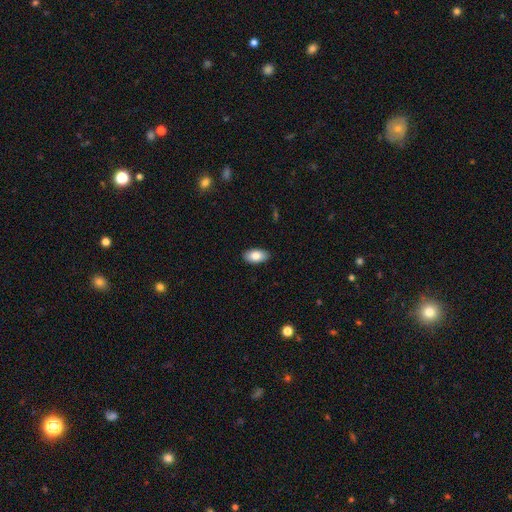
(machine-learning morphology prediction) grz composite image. It shows a smooth galaxy with no disk features (84%) that is in between round and cigar-shaped (94%). Merging: none (89%).